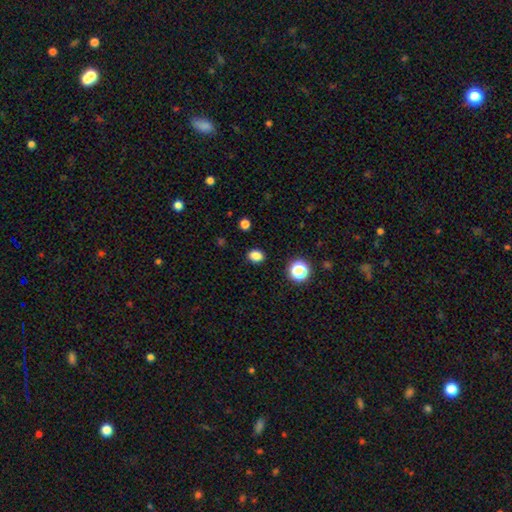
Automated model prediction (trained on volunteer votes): This is clearly a smooth galaxy (83%). How rounded: possibly in between (55%). Merging: clearly none (89%).